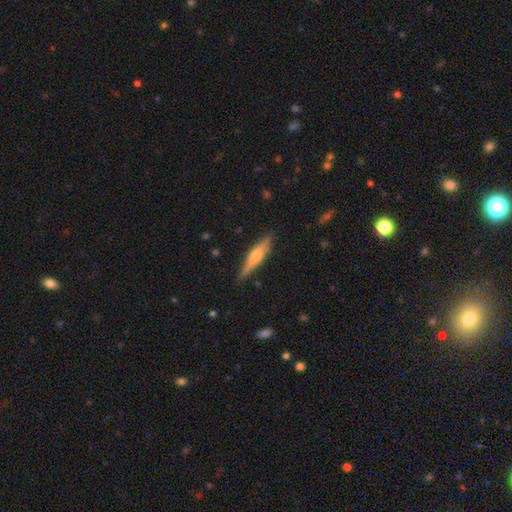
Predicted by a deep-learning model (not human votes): This is possibly a featured or disk galaxy (55%). It is clearly viewed edge-on (95%). Edge-on bulge: clearly rounded (87%). Merging: clearly none (86%).